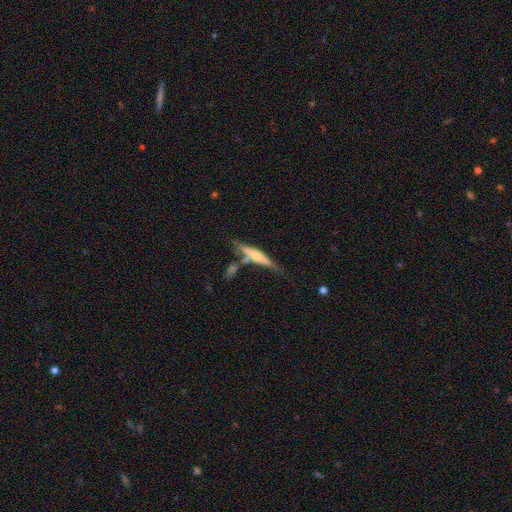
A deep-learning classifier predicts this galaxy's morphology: A featured or disk galaxy (54%) viewed edge-on (93%) with a rounded central bulge (77%). Merging: none (62%).